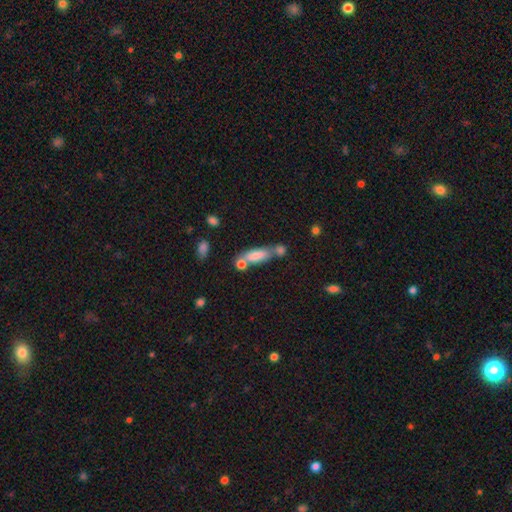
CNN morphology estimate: Overall: smooth (76%). How rounded: in between (55%; cigar-shaped 42%). Merging: none (40%; merger 39%).